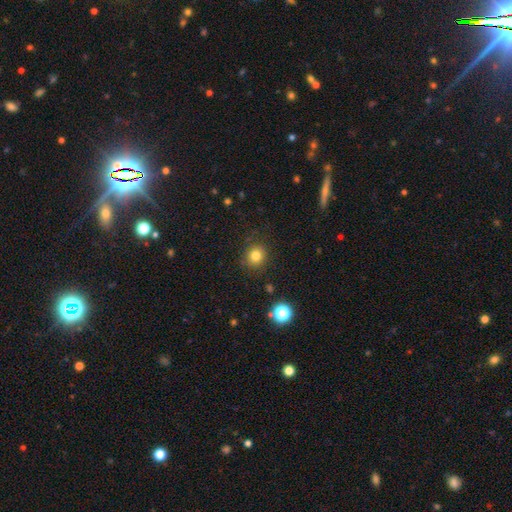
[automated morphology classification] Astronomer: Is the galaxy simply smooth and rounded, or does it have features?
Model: smooth — 81%.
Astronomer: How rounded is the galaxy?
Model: round — 86%.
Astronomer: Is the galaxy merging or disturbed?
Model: none — 87%.